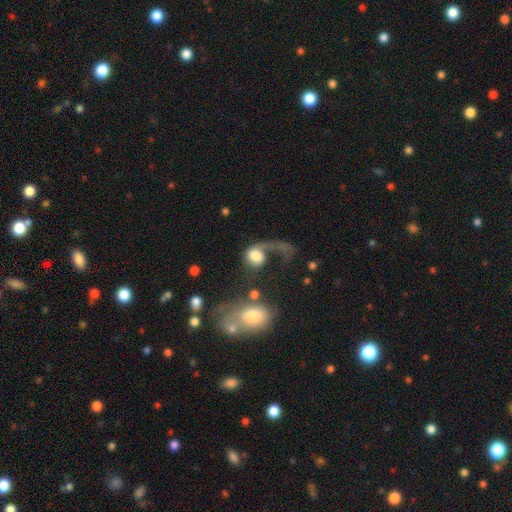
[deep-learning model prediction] smooth 50%, featured or disk 41%, star or artifact 9%. Down the decision tree: how rounded — round (68%); merging — major disturbance (55%).